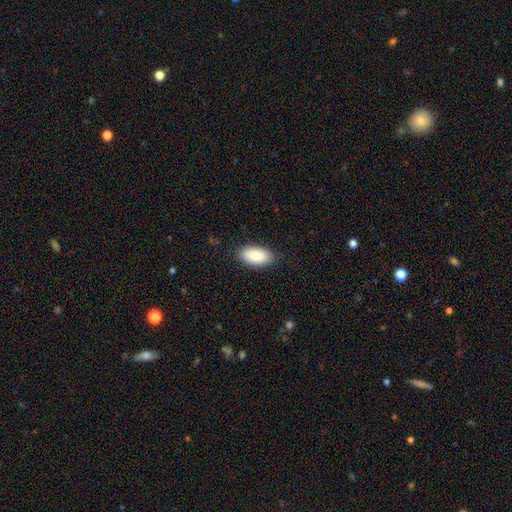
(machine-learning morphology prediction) The model was most divided on "merging": none: 86%, minor disturbance: 11%, major disturbance: 2%, merger: 1%. More confident: how rounded — in between (95%); smooth or featured — smooth (86%).